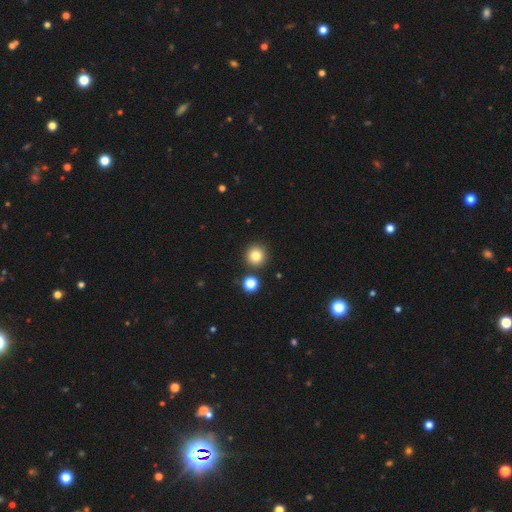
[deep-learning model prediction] smooth-or-featured: smooth: 82% | star or artifact: 12% | featured or disk: 6%
  how-rounded: round: 94% | in between: 5% | cigar-shaped: 1%
  merging: none: 86% | minor disturbance: 6% | merger: 6% | major disturbance: 2%